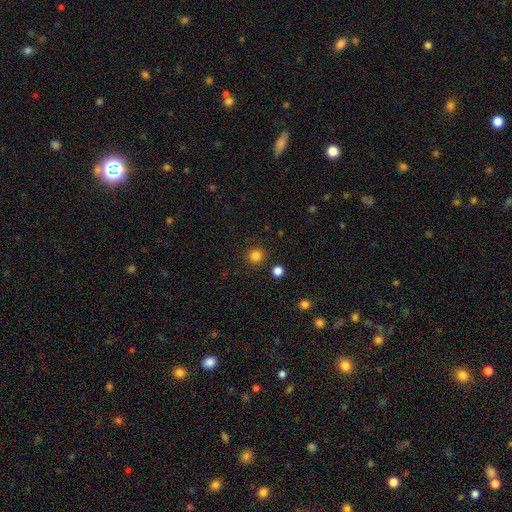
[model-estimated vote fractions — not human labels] Morphology: type=smooth (83%); roundness=round (94%); merging=none (89%).